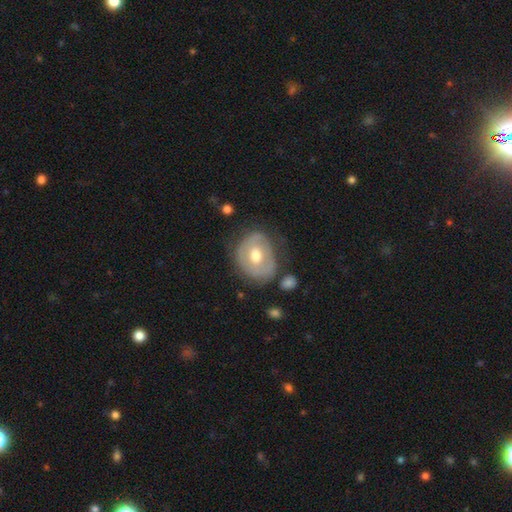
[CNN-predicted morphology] Smooth or featured?
  - featured or disk: 57% *
  - smooth: 37%
  - star or artifact: 6%
Edge-on disk?
  - no: 95% *
  - yes: 5%
Bar?
  - no: 60% *
  - weak: 29%
  - strong: 10%
Spiral arms?
  - no: 62% *
  - yes: 38%
Bulge size?
  - moderate: 78% *
  - large: 10%
  - small: 10%
  - dominant: 1%
  - none: 1%
Merging?
  - none: 65% *
  - minor disturbance: 22%
  - major disturbance: 9%
  - merger: 4%